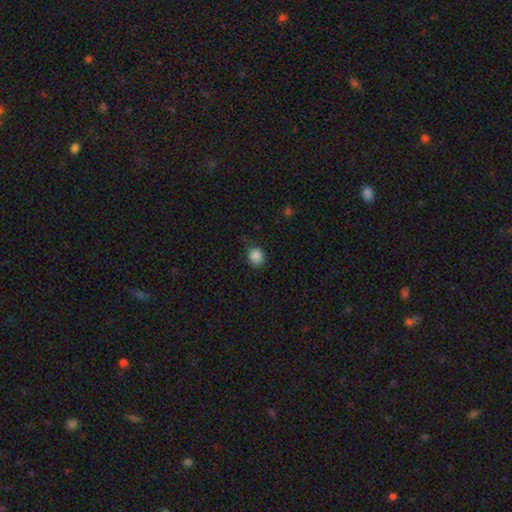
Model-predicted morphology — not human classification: Smooth or featured?
  - smooth: 86% *
  - star or artifact: 10%
  - featured or disk: 4%
How rounded?
  - round: 76% *
  - in between: 23%
  - cigar-shaped: 1%
Merging?
  - none: 79% *
  - minor disturbance: 17%
  - major disturbance: 3%
  - merger: 1%